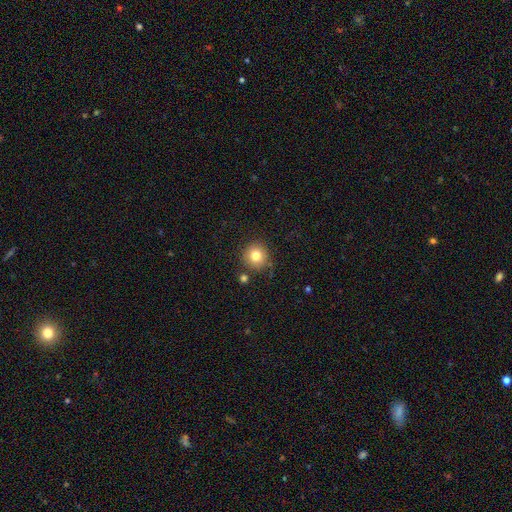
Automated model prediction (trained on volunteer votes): Smooth or featured: smooth — 79% (star or artifact — 12%)
How rounded: round — 94% (in between — 5%)
Merging: none — 84% (minor disturbance — 9%)